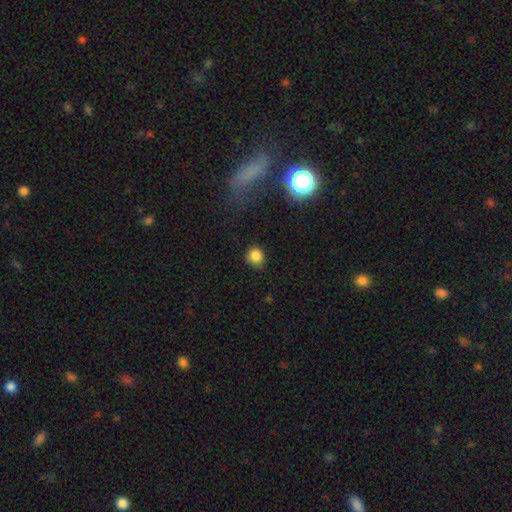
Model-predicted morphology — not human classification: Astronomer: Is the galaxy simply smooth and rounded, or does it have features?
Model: smooth — 83%.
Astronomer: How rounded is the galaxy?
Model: round — 90%.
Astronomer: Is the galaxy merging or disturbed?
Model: none — 84%.